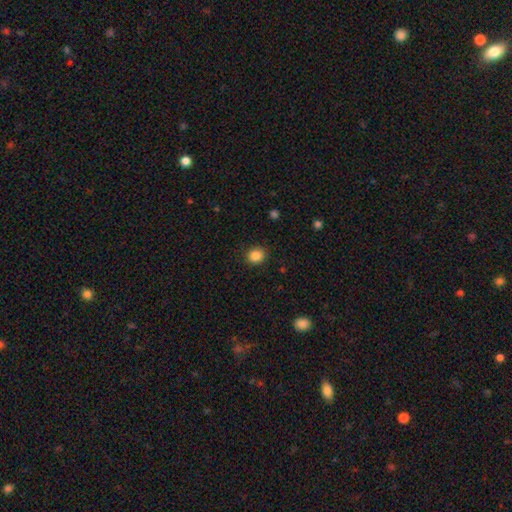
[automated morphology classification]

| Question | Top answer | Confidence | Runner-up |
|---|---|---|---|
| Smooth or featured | smooth | 86% | star or artifact (10%) |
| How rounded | round | 80% | in between (19%) |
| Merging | none | 89% | minor disturbance (8%) |